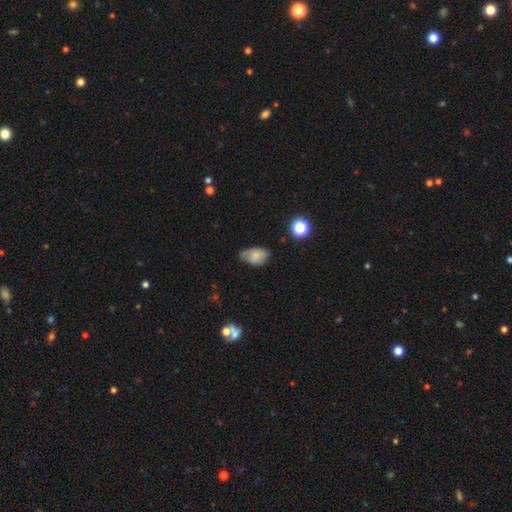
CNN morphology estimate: Smooth or featured?
  - smooth: 73% *
  - featured or disk: 16%
  - star or artifact: 10%
How rounded?
  - in between: 87% *
  - round: 11%
  - cigar-shaped: 1%
Merging?
  - none: 55% *
  - minor disturbance: 35%
  - major disturbance: 8%
  - merger: 2%